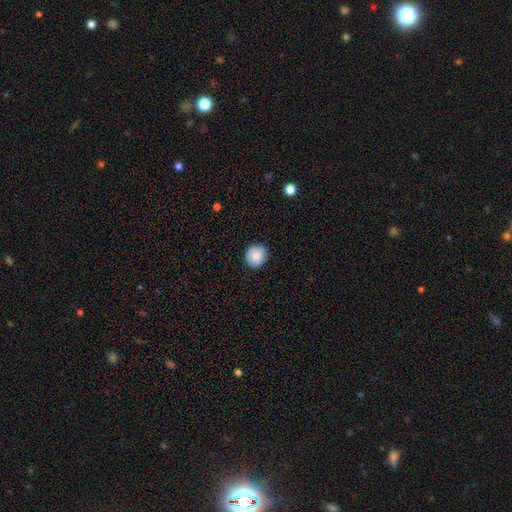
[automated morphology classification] Overall: smooth (84%). How rounded: round (92%). Merging: none (88%).